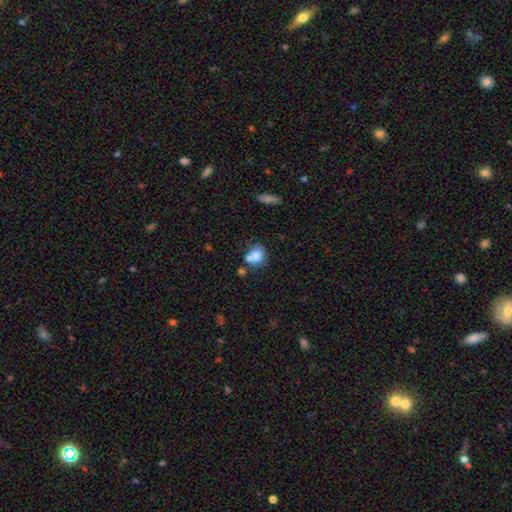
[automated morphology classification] Smooth or featured: smooth — 75% (featured or disk — 15%)
How rounded: round — 66% (in between — 33%)
Merging: none — 44% (merger — 36%)